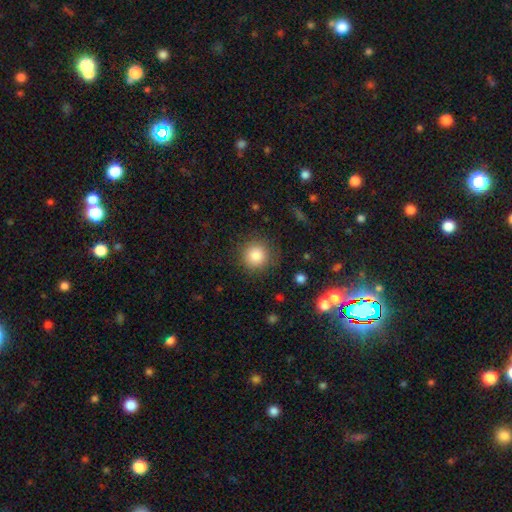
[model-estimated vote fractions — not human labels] Smooth or featured?
  - smooth: 85% *
  - star or artifact: 10%
  - featured or disk: 5%
How rounded?
  - round: 93% *
  - in between: 6%
  - cigar-shaped: 1%
Merging?
  - none: 85% *
  - minor disturbance: 10%
  - major disturbance: 4%
  - merger: 1%